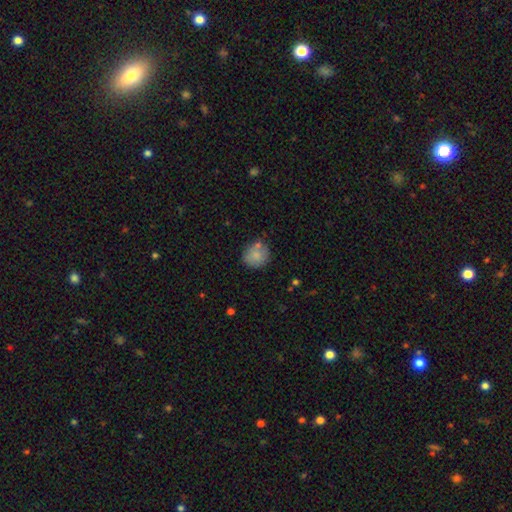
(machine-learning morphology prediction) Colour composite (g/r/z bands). It shows a smooth galaxy with no disk features (79%) that is round (85%). Merging: none (64%).